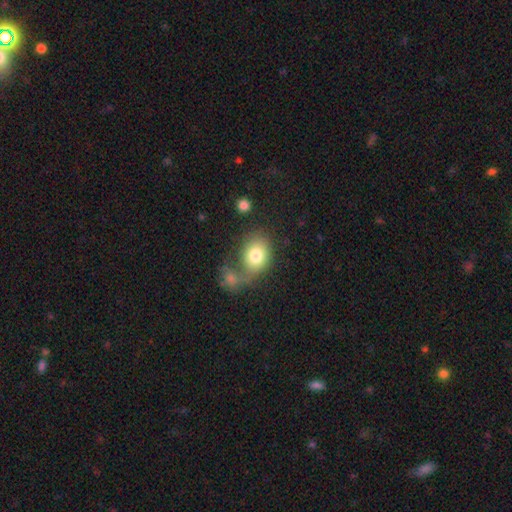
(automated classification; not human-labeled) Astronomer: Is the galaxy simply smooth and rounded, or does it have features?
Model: smooth — 79%.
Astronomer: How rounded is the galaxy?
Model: in between — 54% (runner-up: round, 45%).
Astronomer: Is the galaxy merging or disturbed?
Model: none — 37% (runner-up: merger, 31%).